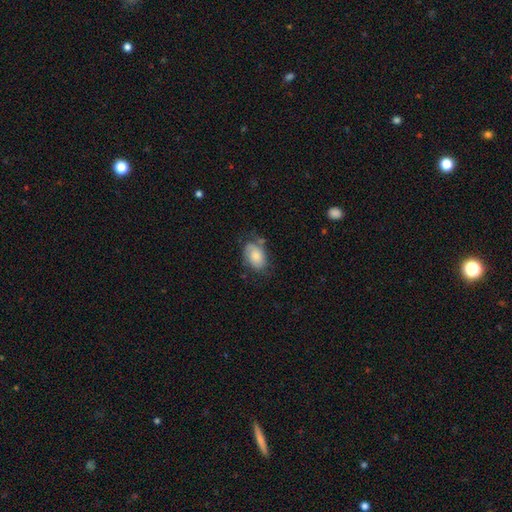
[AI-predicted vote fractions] Morphology: type=smooth (63%); roundness=in between (86%); merging=none (52%).